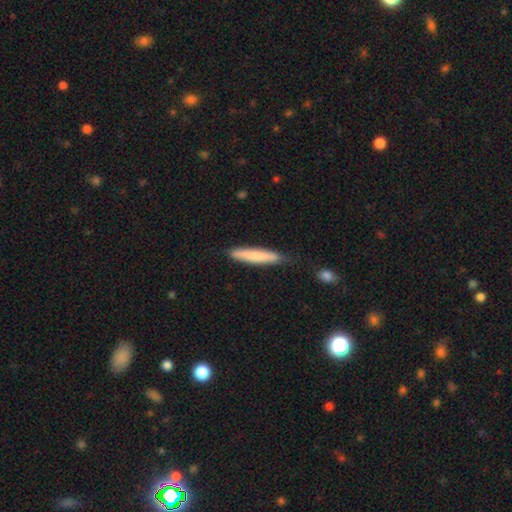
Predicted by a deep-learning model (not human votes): smooth-or-featured: smooth: 78% | featured or disk: 17% | star or artifact: 6%
  how-rounded: cigar-shaped: 92% | in between: 7% | round: 1%
  merging: none: 79% | minor disturbance: 16% | major disturbance: 3% | merger: 2%